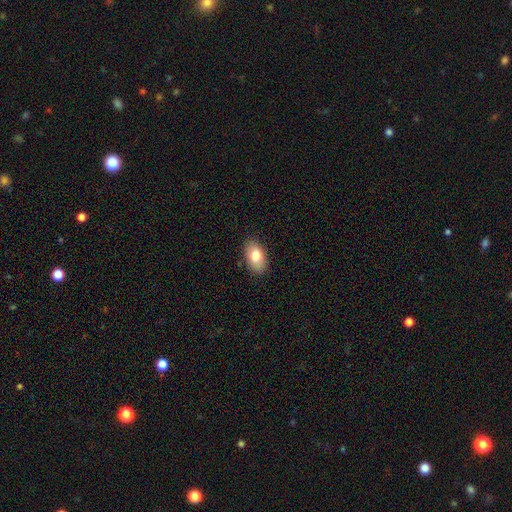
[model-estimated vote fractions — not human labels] A smooth galaxy with no disk features (79%) that is in between round and cigar-shaped (92%). Merging: none (87%).